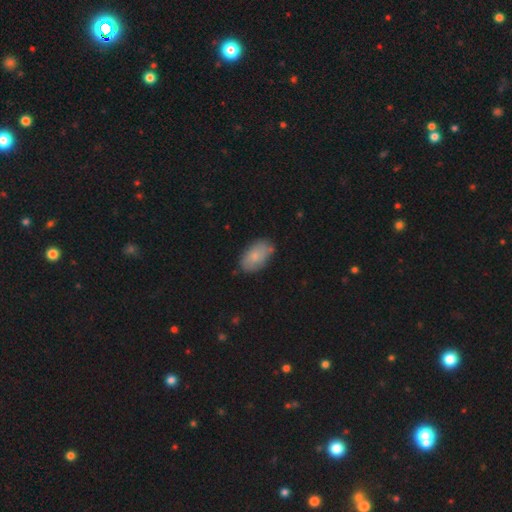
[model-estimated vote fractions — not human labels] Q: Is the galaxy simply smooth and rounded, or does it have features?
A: smooth — 76%.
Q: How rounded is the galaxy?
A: in between — 94%.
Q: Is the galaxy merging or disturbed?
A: none — 75%.